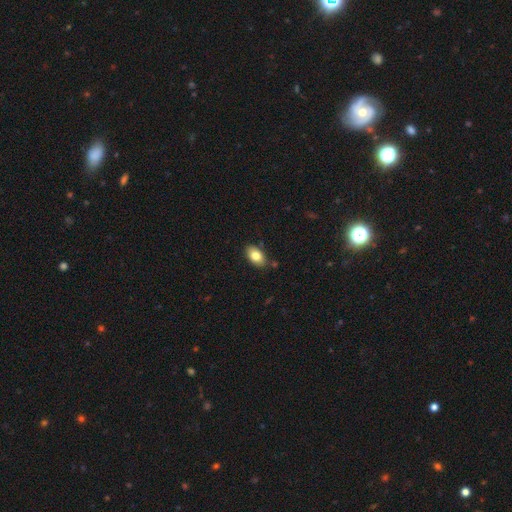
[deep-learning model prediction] smooth-or-featured: smooth: 81% | featured or disk: 12% | star or artifact: 8%
  how-rounded: in between: 91% | round: 7% | cigar-shaped: 2%
  merging: none: 81% | minor disturbance: 13% | merger: 4% | major disturbance: 3%